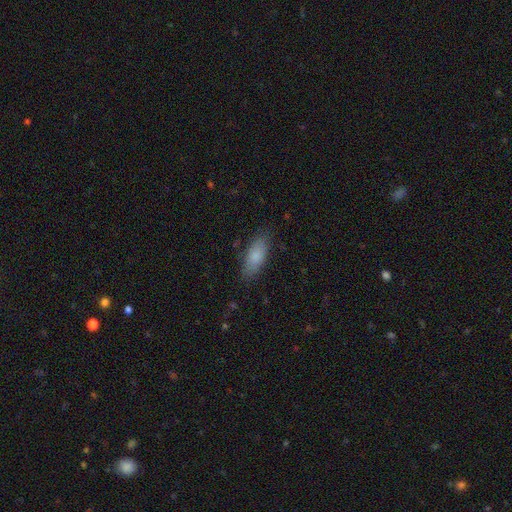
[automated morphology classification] Smooth or featured?
  - smooth: 83% *
  - featured or disk: 11%
  - star or artifact: 6%
How rounded?
  - in between: 77% *
  - cigar-shaped: 21%
  - round: 2%
Merging?
  - none: 81% *
  - minor disturbance: 14%
  - major disturbance: 3%
  - merger: 1%